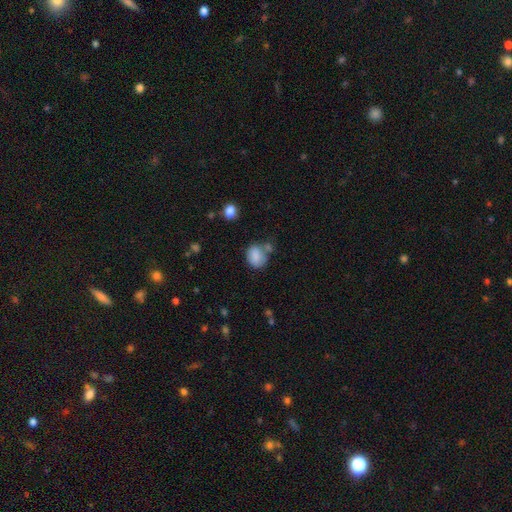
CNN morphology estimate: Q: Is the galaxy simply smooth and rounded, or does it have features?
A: smooth — 81%.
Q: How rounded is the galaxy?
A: in between — 53%.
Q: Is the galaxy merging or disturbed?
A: none — 50%.